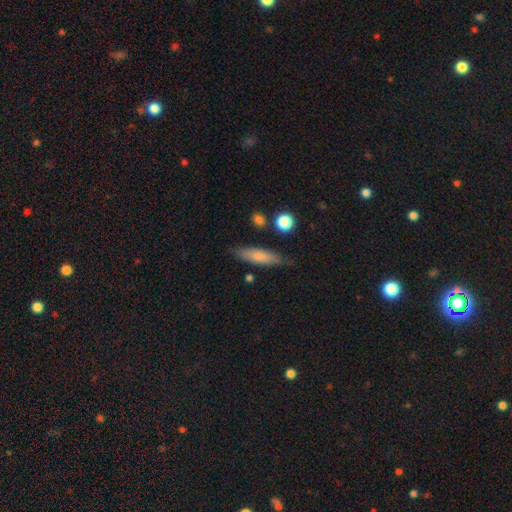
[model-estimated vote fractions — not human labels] A smooth galaxy with no disk features (68%) that is cigar-shaped (74%).

Vote fractions:
- Smooth or featured? smooth: 68% / featured or disk: 25% / star or artifact: 7%
- How rounded? cigar-shaped: 74% / in between: 23% / round: 2%
- Merging? none: 81% / minor disturbance: 13% / merger: 3% / major disturbance: 3%